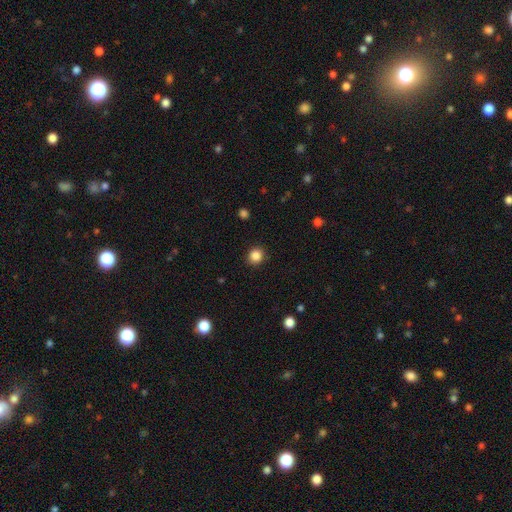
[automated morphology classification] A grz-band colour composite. It shows a smooth galaxy with no disk features (86%) that is round (90%). Merging: none (91%).